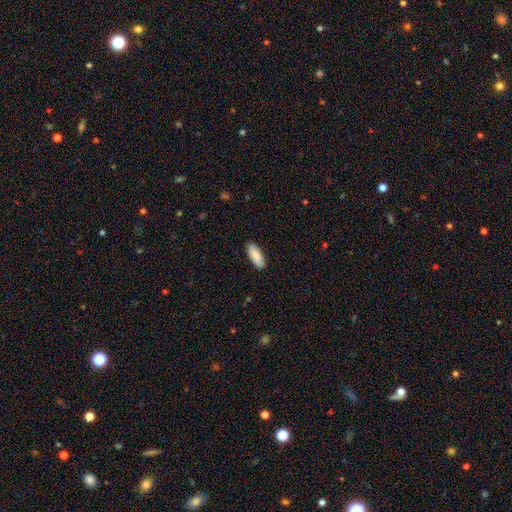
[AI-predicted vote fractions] Smooth or featured?
  - smooth: 90% *
  - featured or disk: 5%
  - star or artifact: 5%
How rounded?
  - in between: 75% *
  - cigar-shaped: 24%
  - round: 2%
Merging?
  - none: 90% *
  - minor disturbance: 8%
  - major disturbance: 2%
  - merger: 1%